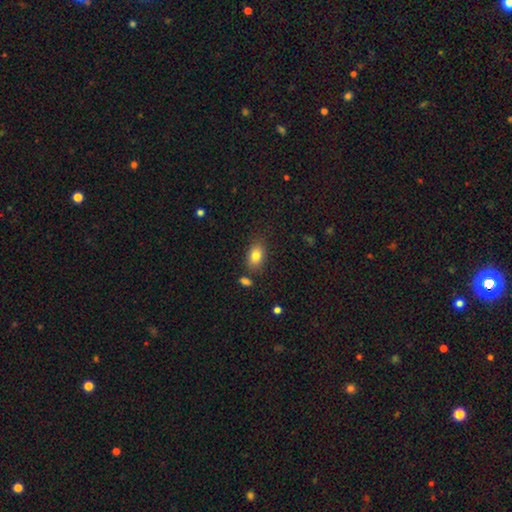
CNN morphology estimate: Smooth or featured?
  - smooth: 82% *
  - featured or disk: 9%
  - star or artifact: 9%
How rounded?
  - in between: 84% *
  - round: 14%
  - cigar-shaped: 2%
Merging?
  - none: 78% *
  - minor disturbance: 13%
  - merger: 5%
  - major disturbance: 3%